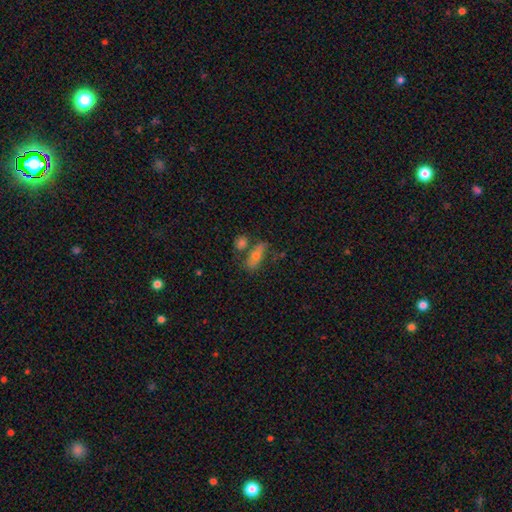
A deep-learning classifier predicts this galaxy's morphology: Smooth or featured? Predicted: smooth (p=0.57). How rounded? Predicted: in between (p=0.62). Merging? Predicted: none (p=0.51).